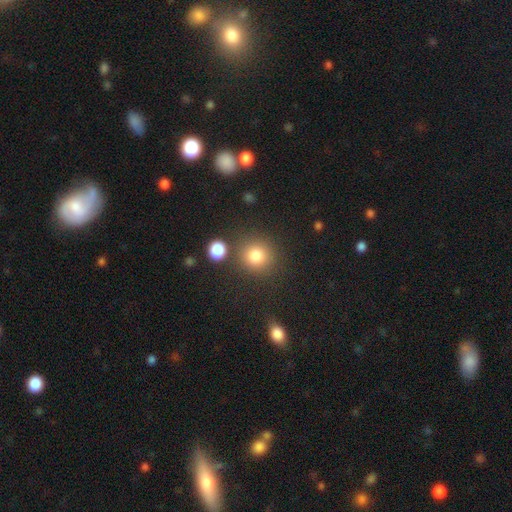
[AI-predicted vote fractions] Smooth or featured? Predicted: smooth (p=0.82). How rounded? Predicted: round (p=0.90). Merging? Predicted: none (p=0.79).